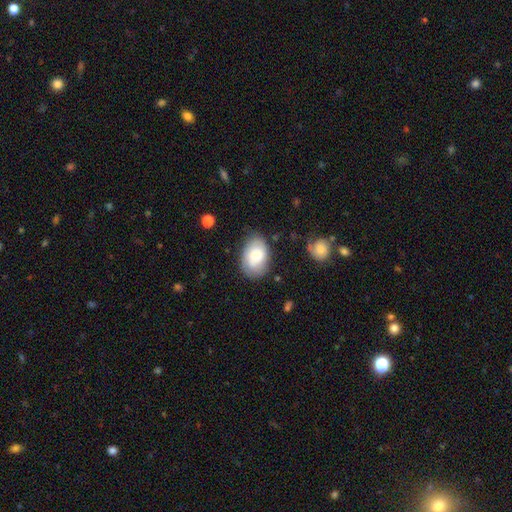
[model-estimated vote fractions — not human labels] smooth 70%, featured or disk 23%, star or artifact 7%. Down the decision tree: how rounded — in between (84%); merging — none (75%).